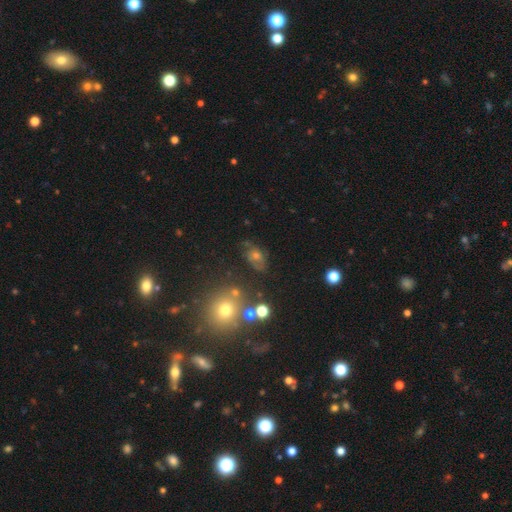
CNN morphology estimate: Q: Smooth or featured?
A: smooth (40%); runner-up: featured or disk (35%)
Q: Merging?
A: none (65%); runner-up: minor disturbance (20%)